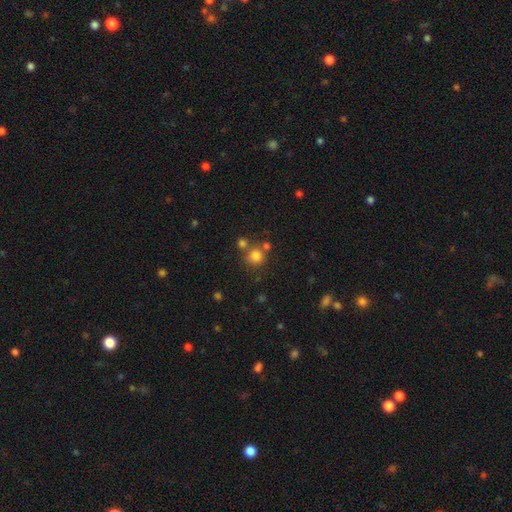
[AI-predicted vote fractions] smooth 79%, star or artifact 14%, featured or disk 7%. Down the decision tree: how rounded — round (91%); merging — none (67%).